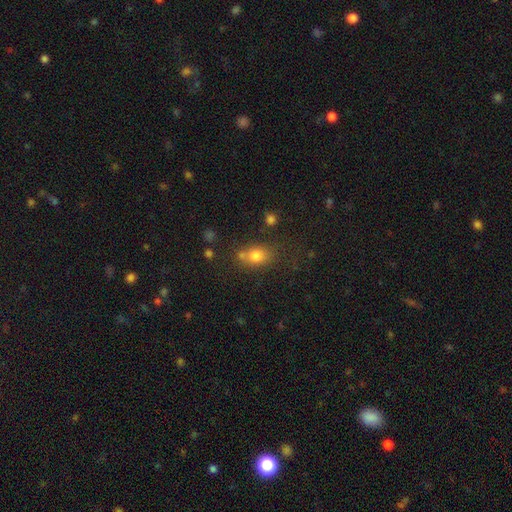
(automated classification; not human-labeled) Overall: smooth (75%). How rounded: in between (58%; round 39%). Merging: none (60%).